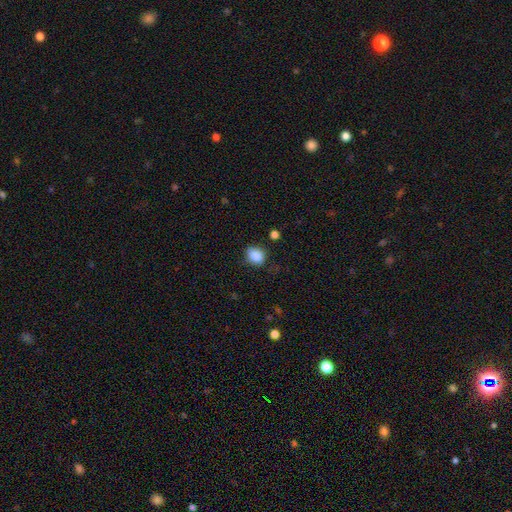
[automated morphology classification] This appears to be a smooth galaxy with no disk features (86%) that is round (54%). Merging: none (72%).